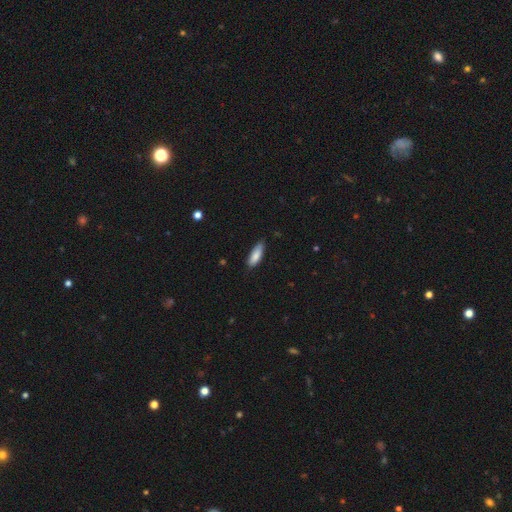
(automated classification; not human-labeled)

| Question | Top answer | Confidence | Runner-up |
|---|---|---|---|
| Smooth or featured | smooth | 84% | featured or disk (10%) |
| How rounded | in between | 60% | cigar-shaped (38%) |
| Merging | none | 75% | minor disturbance (21%) |